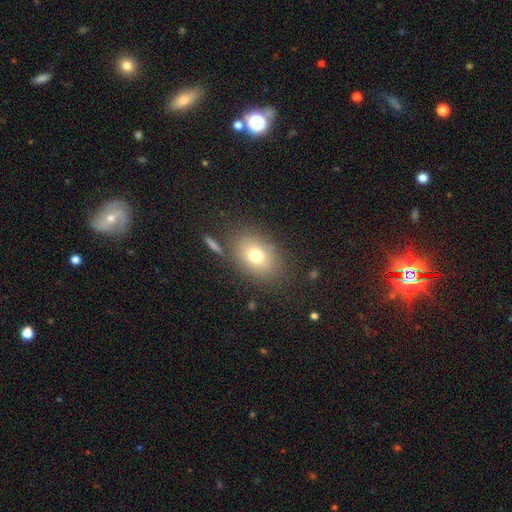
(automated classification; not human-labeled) Smooth or featured?
  - smooth: 74% *
  - featured or disk: 14%
  - star or artifact: 12%
How rounded?
  - in between: 72% *
  - round: 26%
  - cigar-shaped: 1%
Merging?
  - none: 78% *
  - minor disturbance: 11%
  - merger: 6%
  - major disturbance: 5%